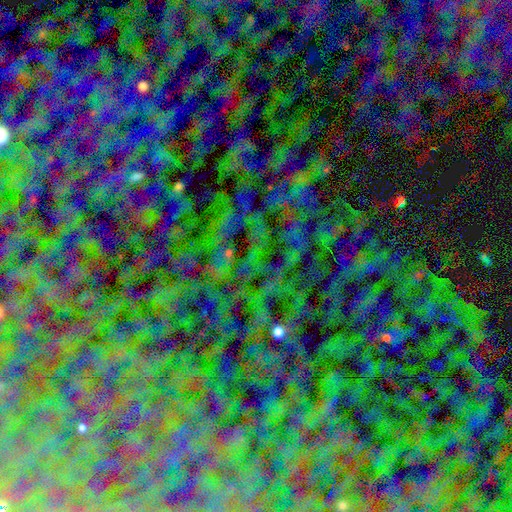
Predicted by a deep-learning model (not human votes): Smooth or featured? star or artifact (80%)